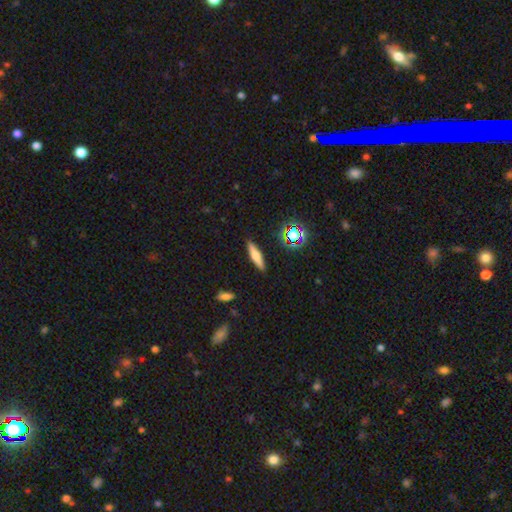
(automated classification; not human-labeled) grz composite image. It shows a smooth galaxy with no disk features (55%) that is cigar-shaped (76%). Merging: none (88%).